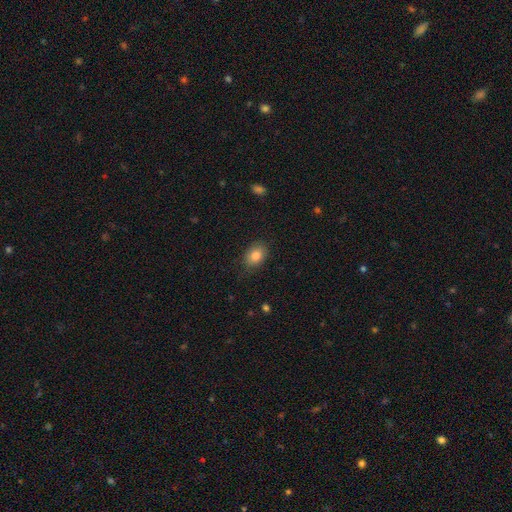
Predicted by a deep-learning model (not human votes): This appears to be a smooth galaxy with no disk features (82%) that is in between round and cigar-shaped (74%). Merging: none (82%).